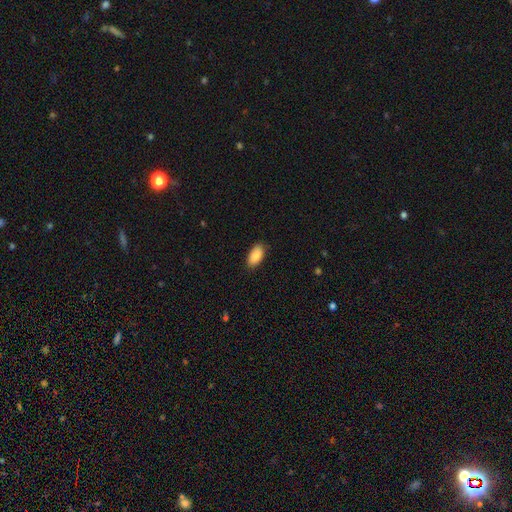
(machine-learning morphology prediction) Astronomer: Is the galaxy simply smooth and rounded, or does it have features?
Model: smooth — 88%.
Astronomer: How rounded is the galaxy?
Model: in between — 94%.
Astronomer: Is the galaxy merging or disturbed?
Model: none — 86%.